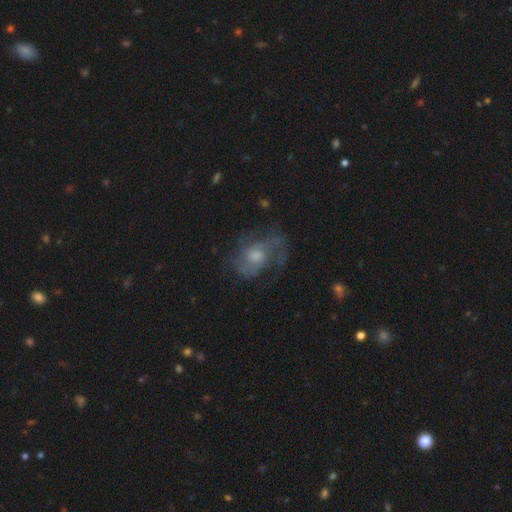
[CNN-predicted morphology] This is likely a featured or disk galaxy (69%). It is clearly not viewed edge-on (97%). Bar: likely no (70%). Spiral arm pattern: clearly yes (86%). Spiral arm count: possibly 2 (53%). Spiral winding: possibly medium (48%). Central bulge: possibly moderate (52%). Merging: possibly none (59%).